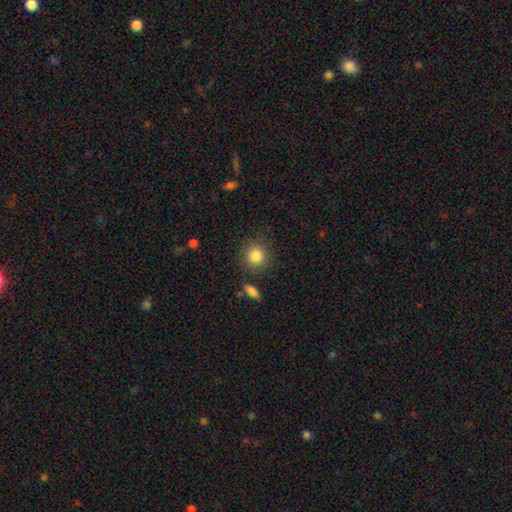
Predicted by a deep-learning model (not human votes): Smooth or featured? smooth (85%)
How rounded? round (88%)
Merging? none (84%)